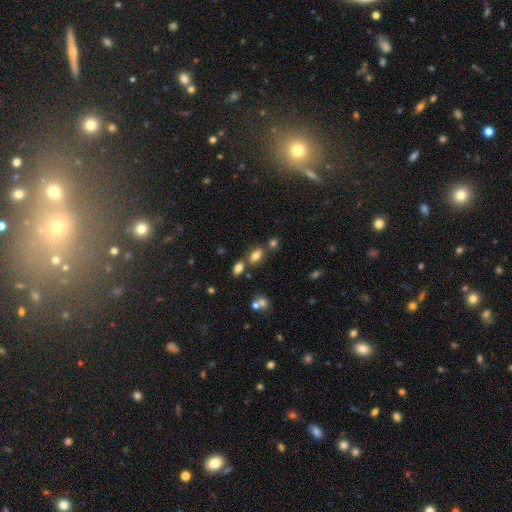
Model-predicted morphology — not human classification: type=smooth (77%); roundness=in between (85%); merging=none (59%).